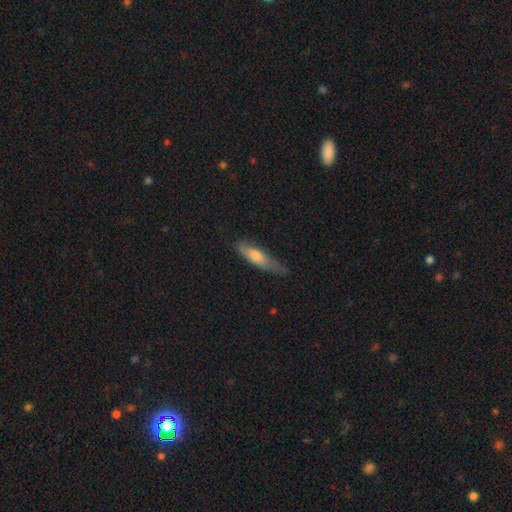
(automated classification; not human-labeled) This is likely a smooth galaxy (62%). How rounded: likely cigar-shaped (70%). Merging: possibly none (57%).